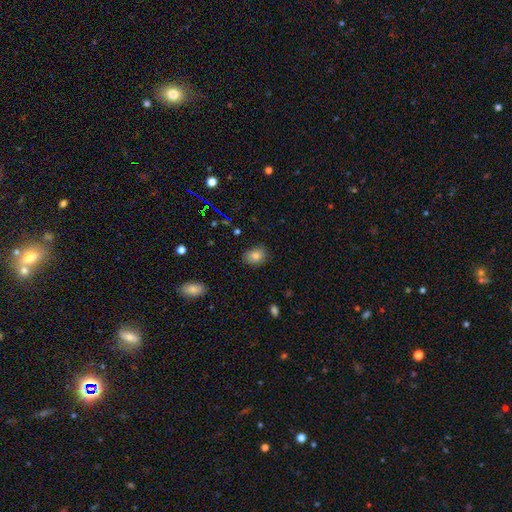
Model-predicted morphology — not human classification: A smooth galaxy with no disk features (80%) that is in between round and cigar-shaped (63%).

Vote fractions:
- Smooth or featured? smooth: 80% / star or artifact: 11% / featured or disk: 8%
- How rounded? in between: 63% / round: 36% / cigar-shaped: 1%
- Merging? none: 83% / minor disturbance: 13% / major disturbance: 3% / merger: 1%